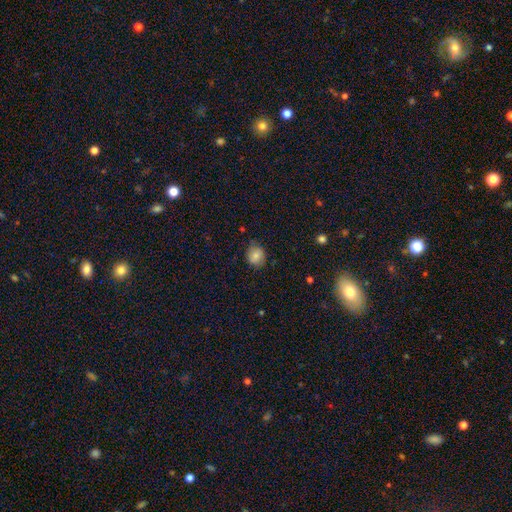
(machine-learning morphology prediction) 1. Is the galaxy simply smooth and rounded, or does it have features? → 82% smooth, 10% star or artifact, 9% featured or disk.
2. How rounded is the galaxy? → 69% round, 30% in between, 1% cigar-shaped.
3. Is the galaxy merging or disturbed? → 75% none, 20% minor disturbance, 4% major disturbance, 1% merger.